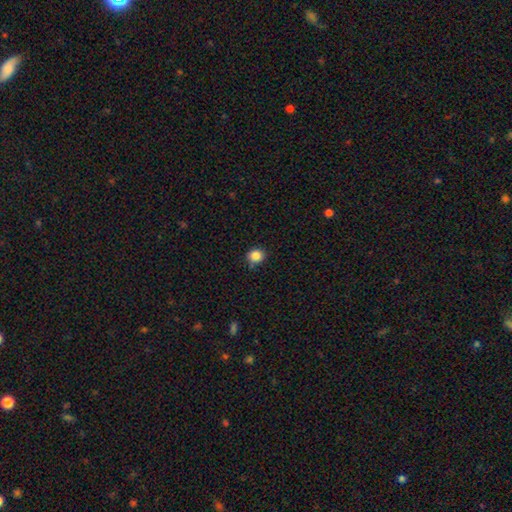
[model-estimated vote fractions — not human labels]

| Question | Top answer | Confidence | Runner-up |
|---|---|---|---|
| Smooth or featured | smooth | 86% | star or artifact (11%) |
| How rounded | round | 81% | in between (18%) |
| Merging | none | 81% | minor disturbance (13%) |